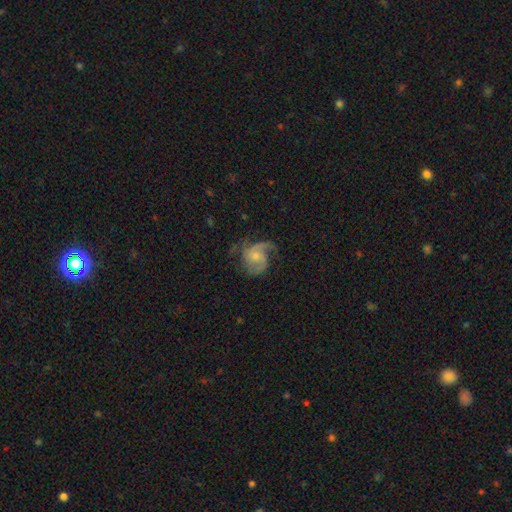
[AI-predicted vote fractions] Smooth or featured?
  - featured or disk: 76% *
  - smooth: 17%
  - star or artifact: 7%
Edge-on disk?
  - no: 98% *
  - yes: 2%
Bar?
  - no: 72% *
  - weak: 25%
  - strong: 3%
Spiral arms?
  - yes: 93% *
  - no: 7%
Spiral winding?
  - medium: 46% *
  - loose: 32%
  - tight: 21%
Spiral arm count?
  - 2: 47% *
  - 3: 17%
  - 1: 16%
  - can't tell: 12%
  - 4: 4%
  - more than 4: 3%
Bulge size?
  - small: 53% *
  - moderate: 36%
  - none: 7%
  - large: 3%
  - dominant: 1%
Merging?
  - none: 50% *
  - major disturbance: 25%
  - minor disturbance: 23%
  - merger: 2%